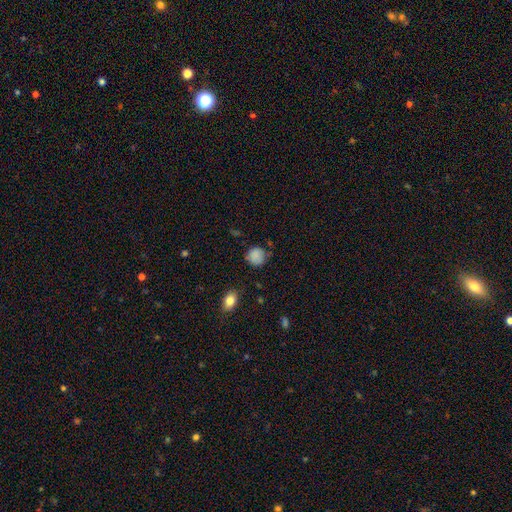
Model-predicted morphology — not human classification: This appears to be a smooth galaxy with no disk features (86%) that is round (86%). Merging: none (72%).